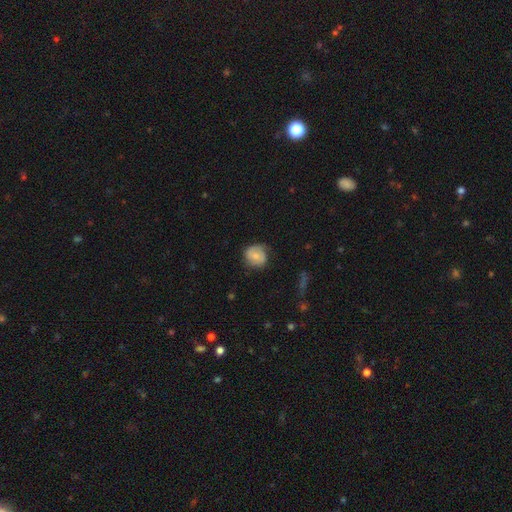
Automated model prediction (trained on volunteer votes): A smooth galaxy with no disk features (63%) that is round (81%).

Vote fractions:
- Smooth or featured? smooth: 63% / featured or disk: 30% / star or artifact: 7%
- How rounded? round: 81% / in between: 18% / cigar-shaped: 1%
- Merging? none: 67% / minor disturbance: 25% / major disturbance: 7% / merger: 1%